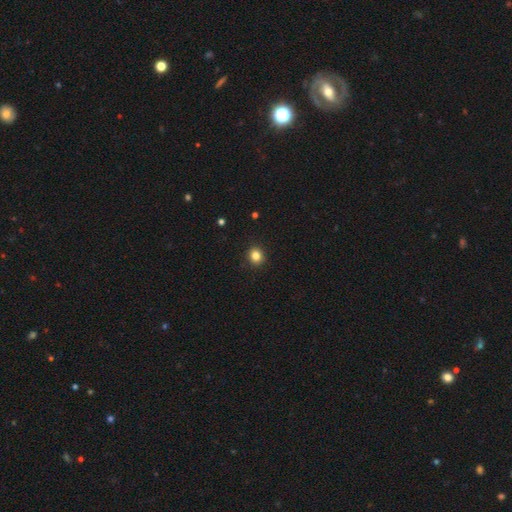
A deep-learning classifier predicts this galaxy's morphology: This appears to be a smooth galaxy with no disk features (83%) that is round (85%). Merging: none (92%).